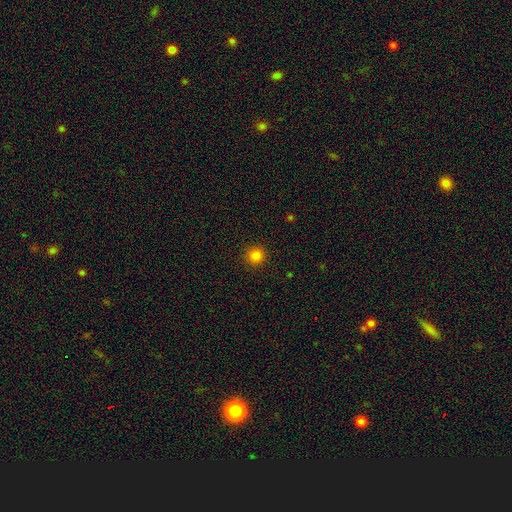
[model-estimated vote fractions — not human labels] Smooth or featured? Predicted: smooth (p=0.83). How rounded? Predicted: round (p=0.94). Merging? Predicted: none (p=0.92).